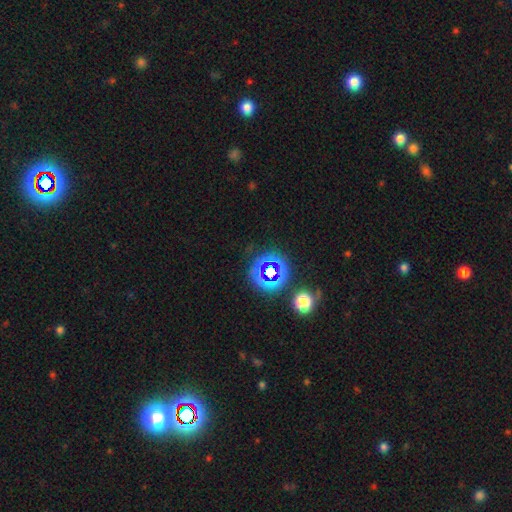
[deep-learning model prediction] star or artifact 60%, smooth 25%, featured or disk 15%.